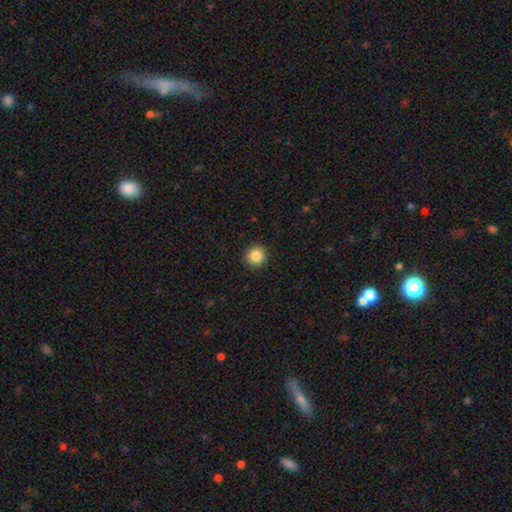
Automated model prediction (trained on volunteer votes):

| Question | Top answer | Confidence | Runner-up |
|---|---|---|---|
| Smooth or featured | smooth | 86% | star or artifact (10%) |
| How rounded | round | 96% | in between (3%) |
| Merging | none | 93% | minor disturbance (5%) |